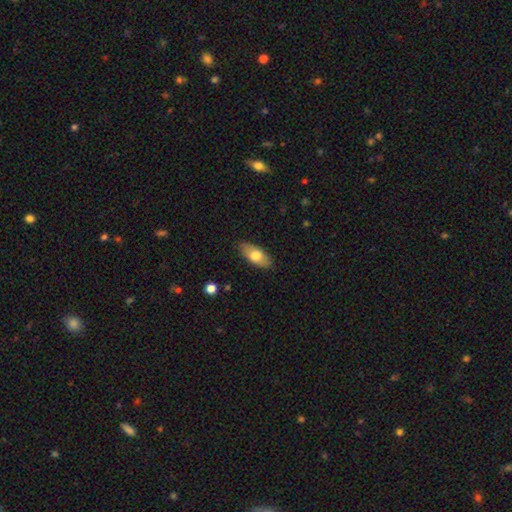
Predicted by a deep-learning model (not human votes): Smooth or featured? Predicted: smooth (p=0.72). How rounded? Predicted: in between (p=0.87). Merging? Predicted: none (p=0.86).